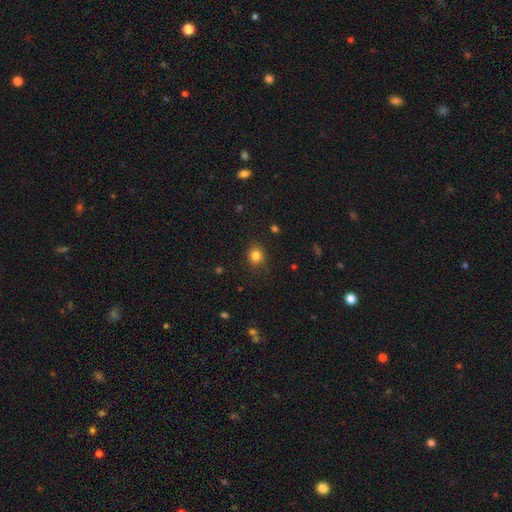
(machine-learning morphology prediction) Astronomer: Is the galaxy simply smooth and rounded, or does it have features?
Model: smooth — 83%.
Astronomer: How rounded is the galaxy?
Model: round — 76%.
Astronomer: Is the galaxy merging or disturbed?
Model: none — 87%.